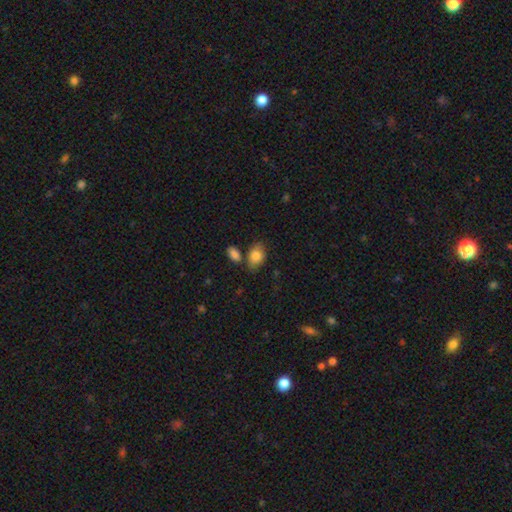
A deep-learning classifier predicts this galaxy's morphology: A smooth galaxy with no disk features (85%) that is in between round and cigar-shaped (85%). Merging: none (64%).